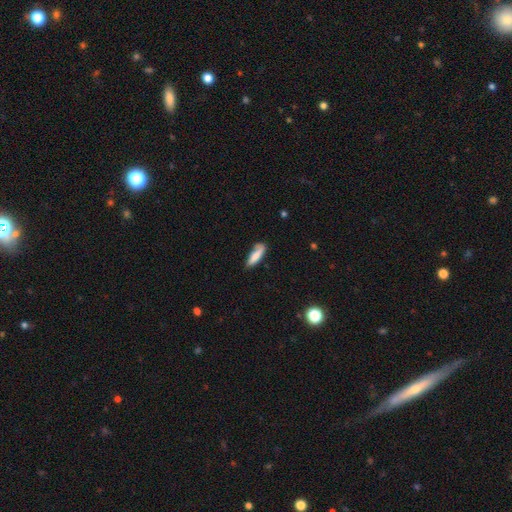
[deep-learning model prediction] Smooth or featured? Predicted: smooth (p=0.78). How rounded? Predicted: cigar-shaped (p=0.56). Merging? Predicted: none (p=0.57).